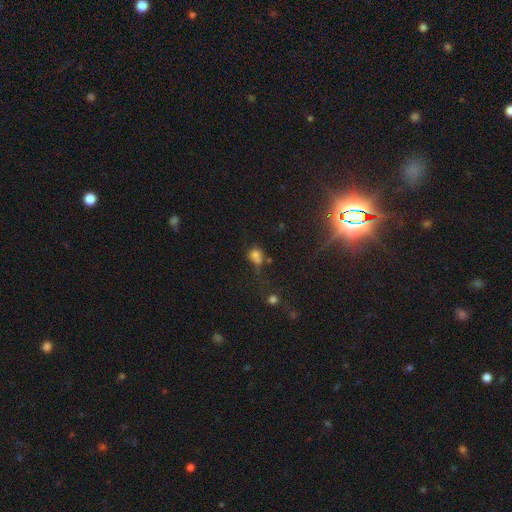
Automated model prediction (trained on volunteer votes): Overall: smooth (66%). How rounded: round (64%; in between 34%). Merging: none (34%; merger 33%).